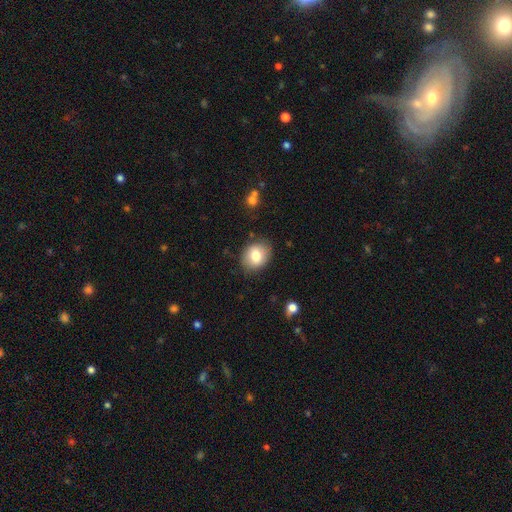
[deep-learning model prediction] Q: Smooth or featured?
A: smooth (78%); runner-up: featured or disk (14%)
Q: How rounded?
A: in between (51%); runner-up: round (48%)
Q: Merging?
A: none (84%); runner-up: minor disturbance (12%)